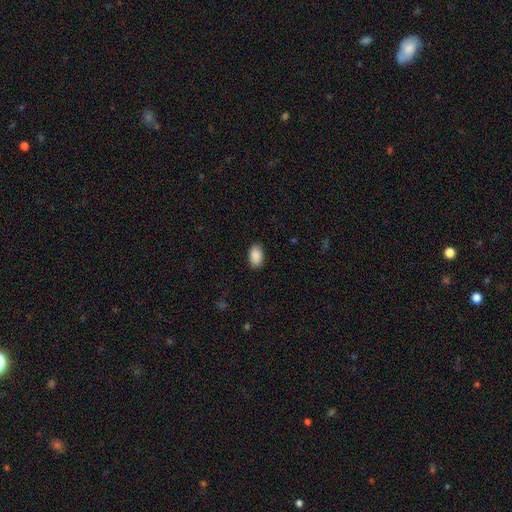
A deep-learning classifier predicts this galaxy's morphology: Q: Smooth or featured?
A: smooth (90%); runner-up: star or artifact (7%)
Q: How rounded?
A: in between (92%); runner-up: round (7%)
Q: Merging?
A: none (88%); runner-up: minor disturbance (9%)